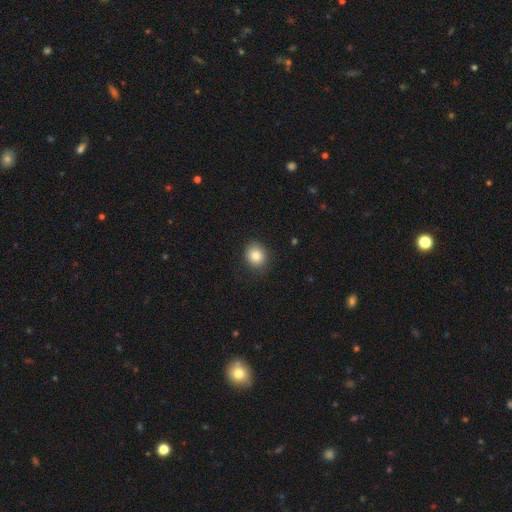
This is clearly a smooth galaxy (90%). How rounded: possibly round (58%). Merging: clearly none (81%).